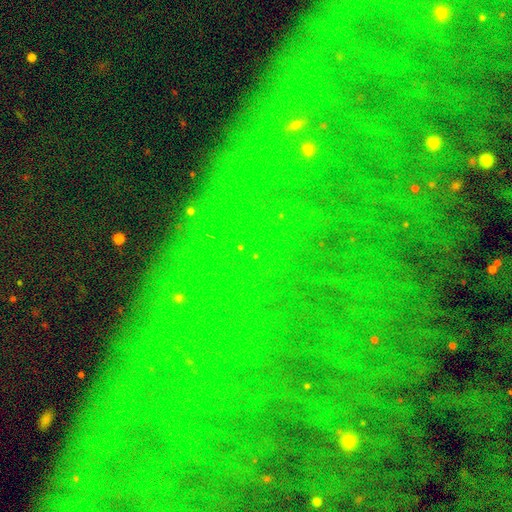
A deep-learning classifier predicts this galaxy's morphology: A star or artifact, not a galaxy (82%).